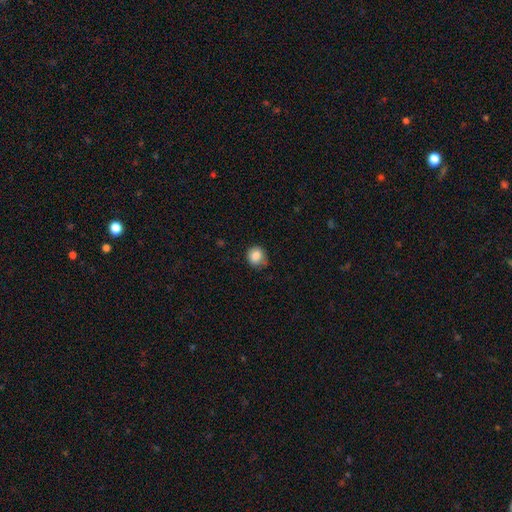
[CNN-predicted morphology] Smooth or featured? Predicted: smooth (p=0.84). How rounded? Predicted: round (p=0.76). Merging? Predicted: none (p=0.68).